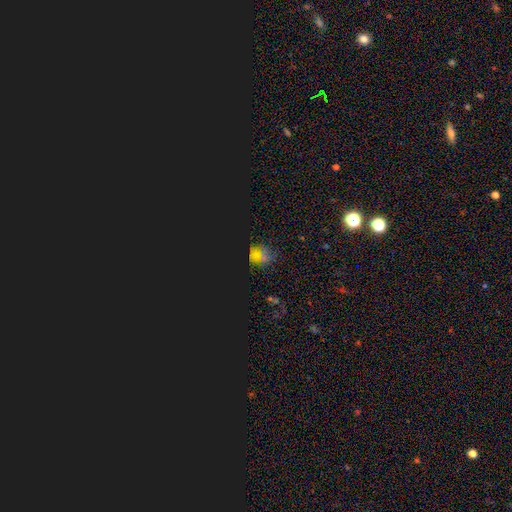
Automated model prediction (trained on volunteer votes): This is likely a star or artifact rather than a galaxy (64%).